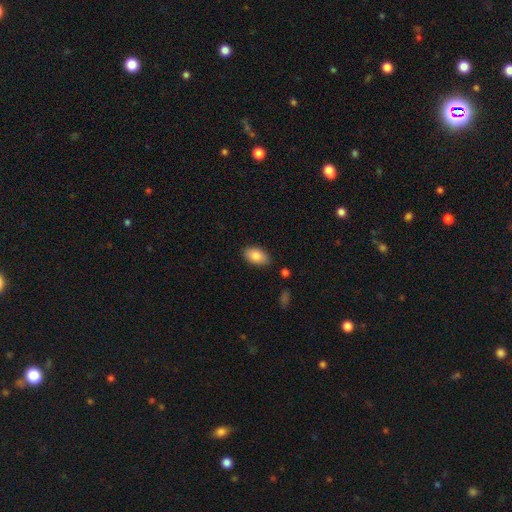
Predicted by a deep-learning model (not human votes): Smooth or featured? smooth (86%)
How rounded? in between (93%)
Merging? none (83%)